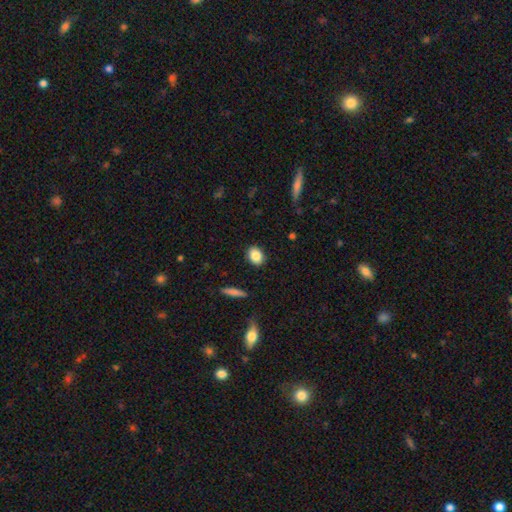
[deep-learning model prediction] Smooth or featured? Predicted: smooth (p=0.85). How rounded? Predicted: in between (p=0.63). Merging? Predicted: none (p=0.89).